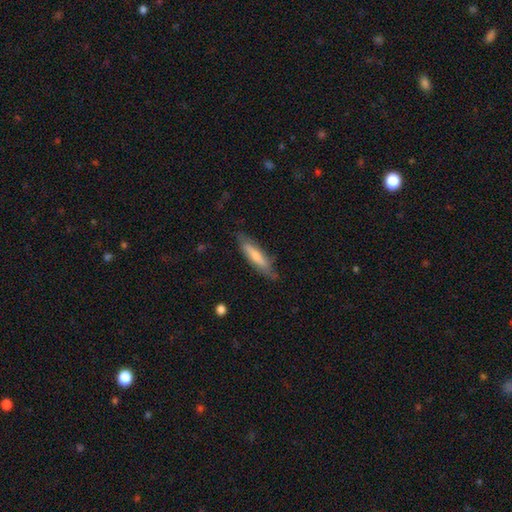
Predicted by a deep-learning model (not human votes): Overall: smooth (59%; featured or disk 35%). How rounded: cigar-shaped (78%). Merging: none (77%).